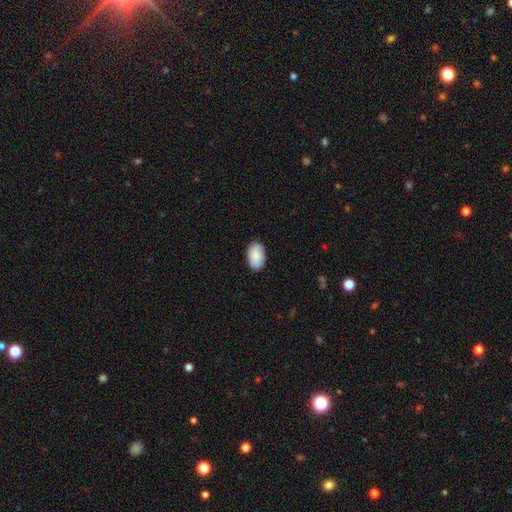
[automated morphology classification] Smooth or featured? smooth (88%)
How rounded? in between (92%)
Merging? none (85%)